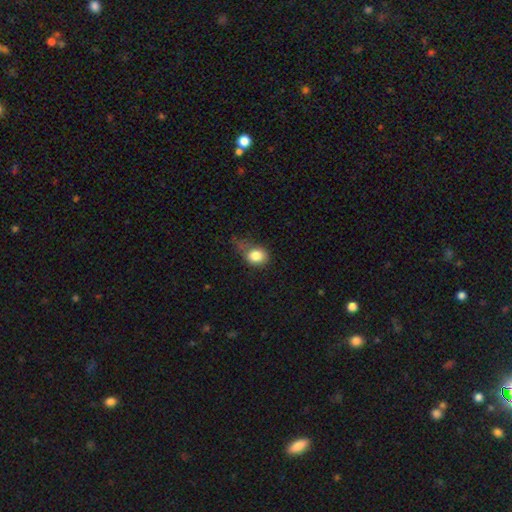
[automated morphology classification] Smooth or featured?
  - smooth: 82% *
  - star or artifact: 10%
  - featured or disk: 8%
How rounded?
  - round: 54% *
  - in between: 45%
  - cigar-shaped: 1%
Merging?
  - none: 41% *
  - minor disturbance: 36%
  - major disturbance: 20%
  - merger: 4%